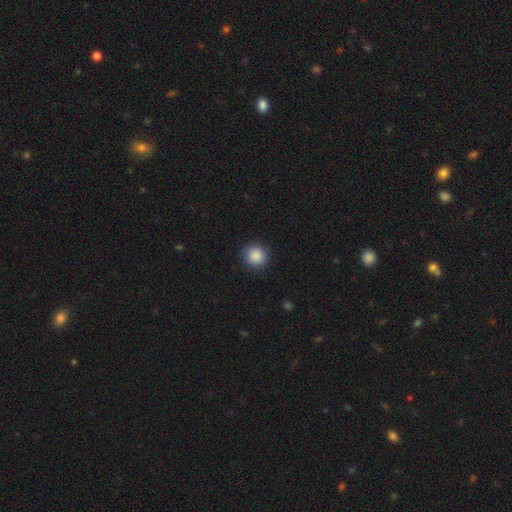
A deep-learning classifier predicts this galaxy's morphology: This appears to be a smooth galaxy with no disk features (88%) that is round (94%). Merging: none (90%).